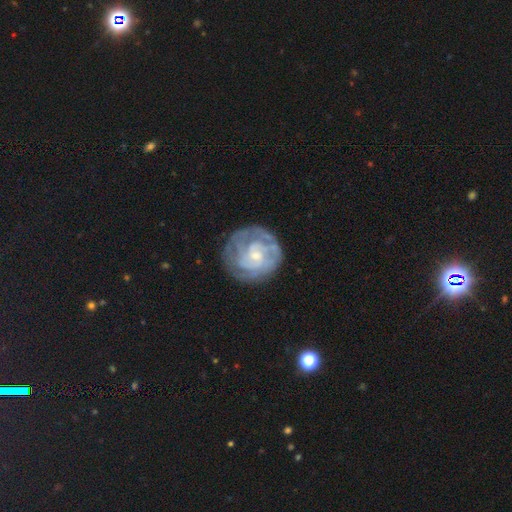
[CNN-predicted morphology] This appears to be a featured or disk galaxy (77%) with no bar (70%), tight (67%) spiral arms (86%) and a small central bulge (63%). Merging: none (71%).